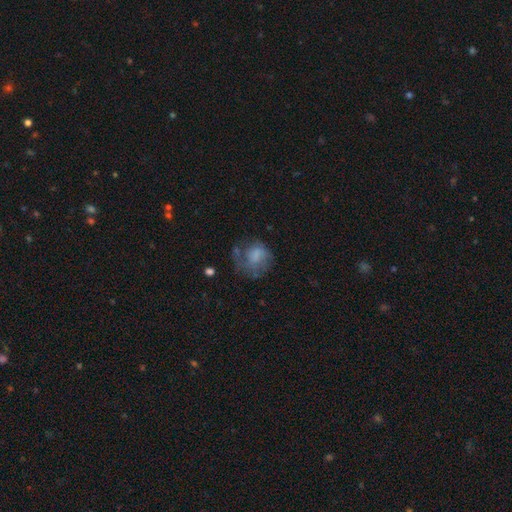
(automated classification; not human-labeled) Q: Smooth or featured?
A: smooth (54%); runner-up: featured or disk (36%)
Q: How rounded?
A: round (67%); runner-up: in between (32%)
Q: Merging?
A: none (40%); runner-up: major disturbance (32%)